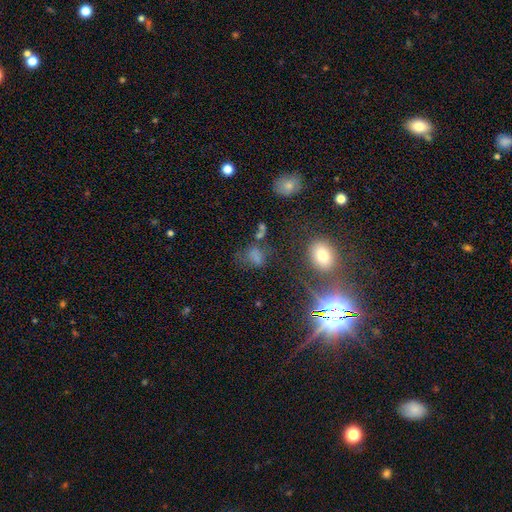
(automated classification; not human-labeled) Overall: smooth (59%; star or artifact 27%). How rounded: in between (69%). Merging: none (44%; minor disturbance 21%).